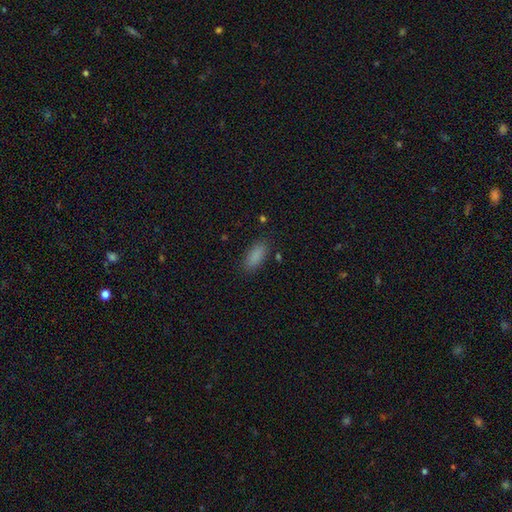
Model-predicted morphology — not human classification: This appears to be a smooth galaxy with no disk features (87%) that is in between round and cigar-shaped (82%). Merging: none (85%).